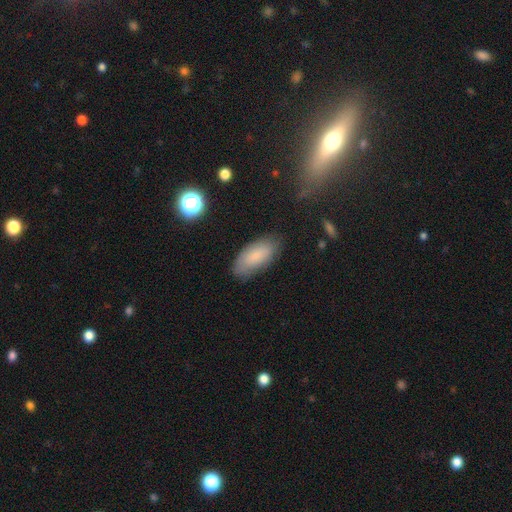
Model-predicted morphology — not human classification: smooth-or-featured: smooth: 80% | featured or disk: 12% | star or artifact: 8%
  how-rounded: in between: 88% | cigar-shaped: 10% | round: 2%
  merging: none: 78% | minor disturbance: 16% | major disturbance: 4% | merger: 2%